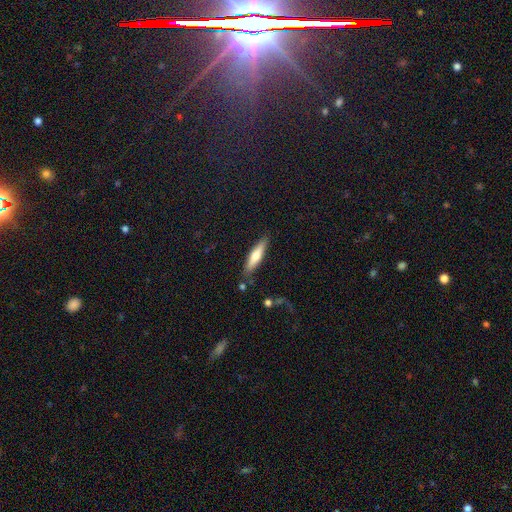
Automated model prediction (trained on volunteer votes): A smooth galaxy with no disk features (60%) that is cigar-shaped (78%).

Vote fractions:
- Smooth or featured? smooth: 60% / featured or disk: 34% / star or artifact: 6%
- How rounded? cigar-shaped: 78% / in between: 21% / round: 2%
- Merging? none: 83% / minor disturbance: 12% / merger: 3% / major disturbance: 3%